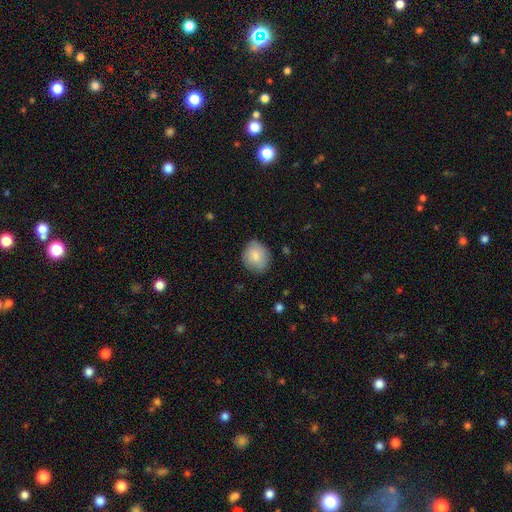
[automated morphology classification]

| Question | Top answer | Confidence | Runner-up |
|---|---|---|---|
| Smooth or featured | smooth | 84% | featured or disk (9%) |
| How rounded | round | 67% | in between (32%) |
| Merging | none | 78% | minor disturbance (17%) |